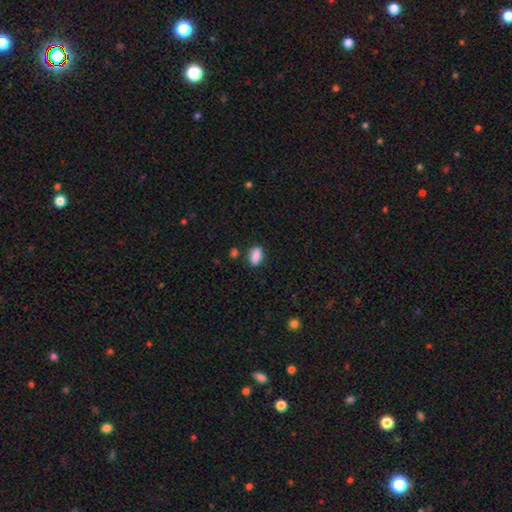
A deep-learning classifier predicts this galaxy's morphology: type=smooth (87%); roundness=in between (88%); merging=none (79%).